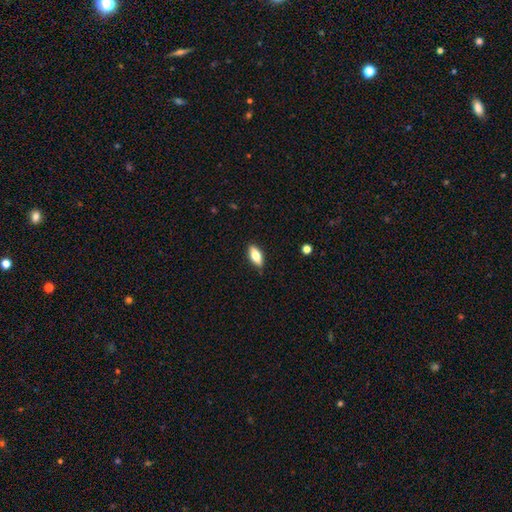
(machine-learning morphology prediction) The model was most divided on "smooth or featured": smooth: 70%, featured or disk: 23%, star or artifact: 7%. More confident: merging — none (86%); how rounded — in between (80%).